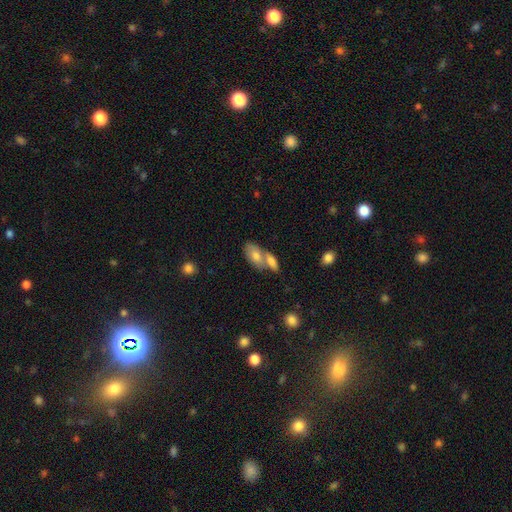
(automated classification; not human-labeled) The model was most divided on "merging": merger: 58%, none: 30%, minor disturbance: 9%, major disturbance: 3%. More confident: how rounded — in between (90%); smooth or featured — smooth (75%).